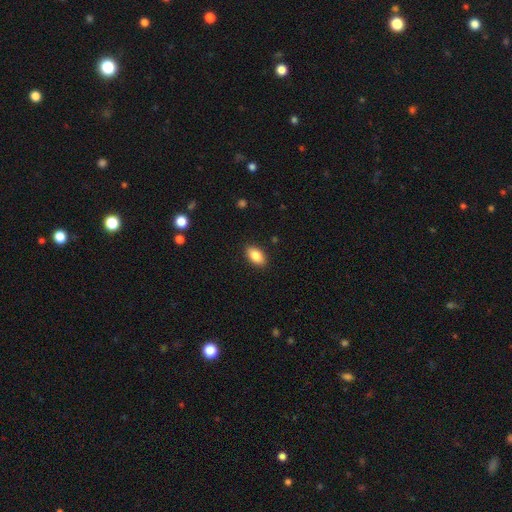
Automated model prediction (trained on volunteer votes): Morphology: type=smooth (86%); roundness=in between (91%); merging=none (89%).